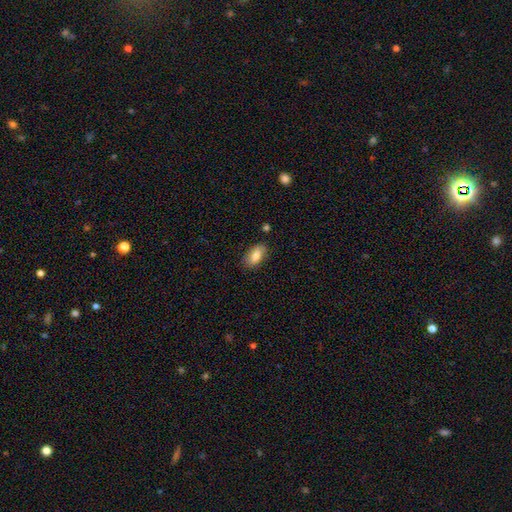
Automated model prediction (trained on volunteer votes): A smooth galaxy with no disk features (83%) that is in between round and cigar-shaped (91%).

Vote fractions:
- Smooth or featured? smooth: 83% / featured or disk: 10% / star or artifact: 7%
- How rounded? in between: 91% / cigar-shaped: 5% / round: 4%
- Merging? none: 84% / minor disturbance: 12% / major disturbance: 3% / merger: 2%